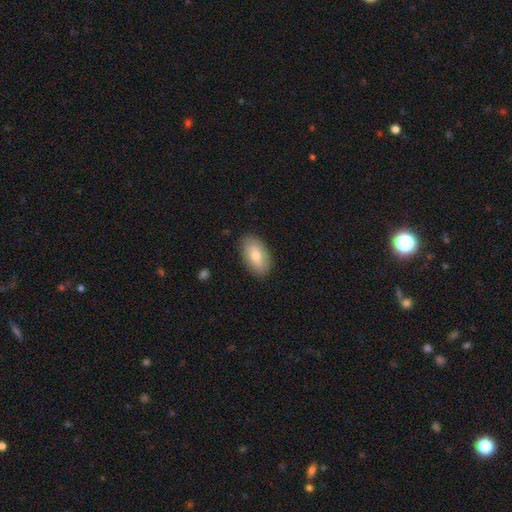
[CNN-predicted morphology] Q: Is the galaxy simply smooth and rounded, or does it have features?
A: smooth — 72%.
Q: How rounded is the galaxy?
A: in between — 93%.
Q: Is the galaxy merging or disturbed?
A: none — 86%.